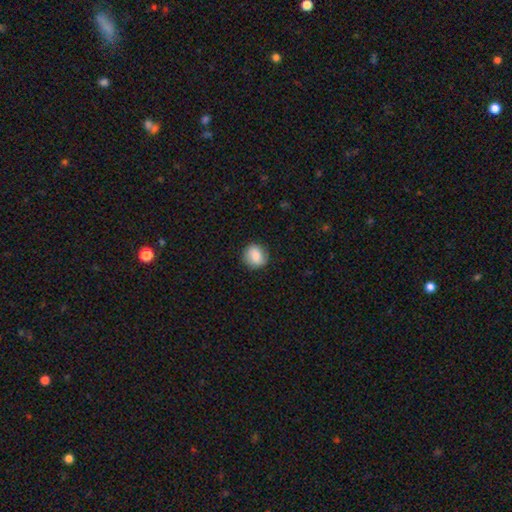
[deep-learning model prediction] The model was most divided on "smooth or featured": smooth: 78%, featured or disk: 14%, star or artifact: 8%. More confident: merging — none (85%); how rounded — round (83%).